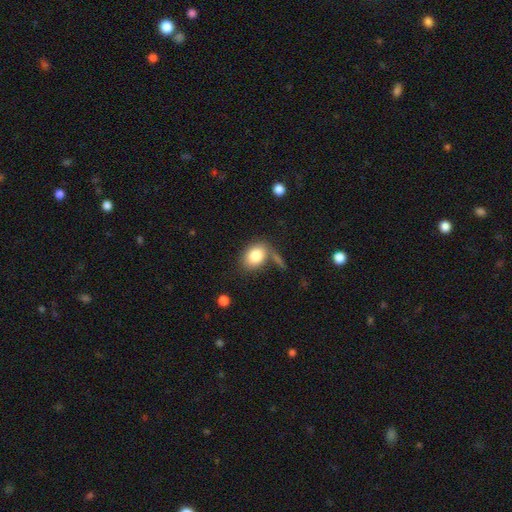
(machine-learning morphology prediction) A smooth galaxy with no disk features (83%) that is in between round and cigar-shaped (71%).

Vote fractions:
- Smooth or featured? smooth: 83% / featured or disk: 10% / star or artifact: 8%
- How rounded? in between: 71% / round: 28% / cigar-shaped: 1%
- Merging? none: 62% / minor disturbance: 16% / merger: 14% / major disturbance: 8%